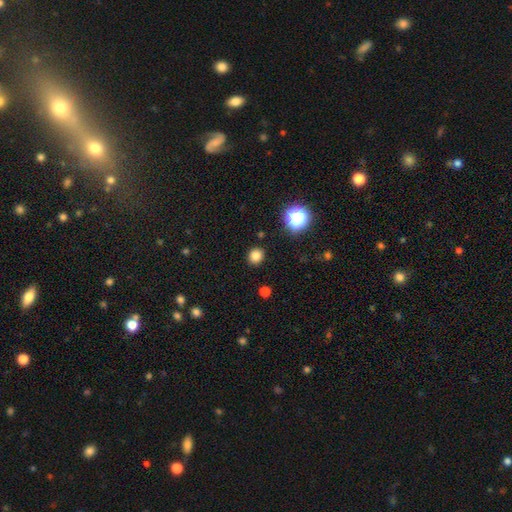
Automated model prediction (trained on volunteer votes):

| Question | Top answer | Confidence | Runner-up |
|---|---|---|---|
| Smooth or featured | smooth | 81% | star or artifact (14%) |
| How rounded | round | 84% | in between (15%) |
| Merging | none | 90% | minor disturbance (7%) |